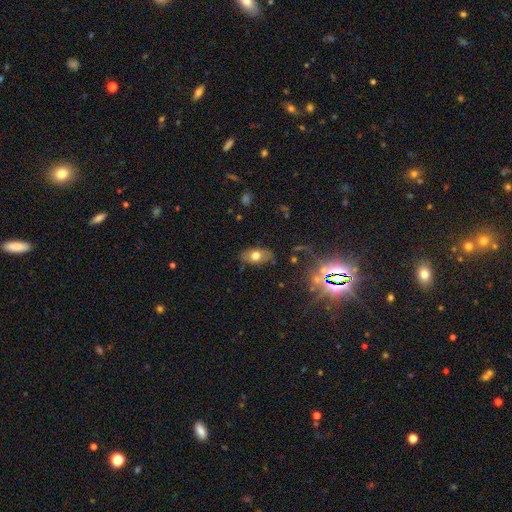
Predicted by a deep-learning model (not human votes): The model was most divided on "smooth or featured": smooth: 66%, featured or disk: 23%, star or artifact: 11%. More confident: how rounded — in between (88%); merging — none (79%).